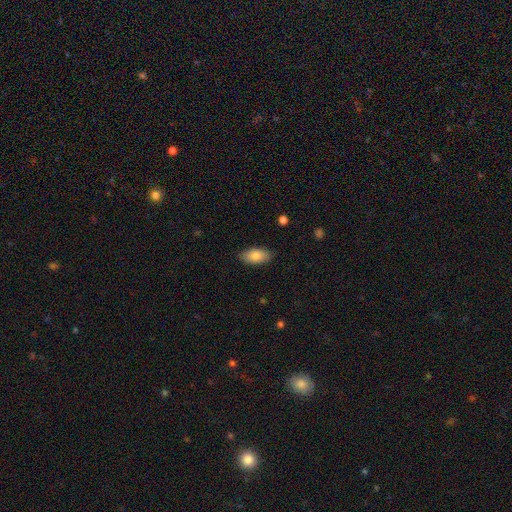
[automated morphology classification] Smooth or featured? Predicted: smooth (p=0.86). How rounded? Predicted: in between (p=0.93). Merging? Predicted: none (p=0.86).